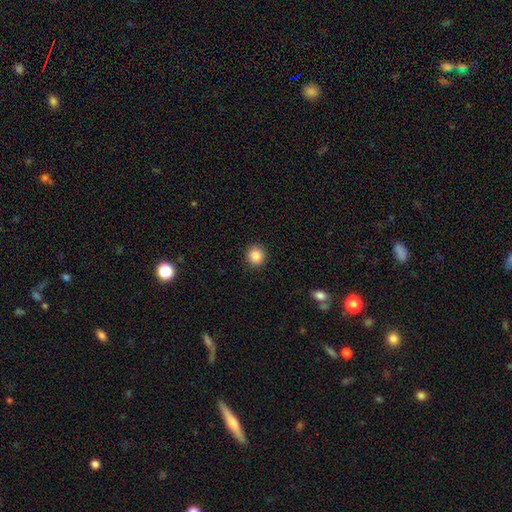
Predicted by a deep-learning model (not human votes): Q: Smooth or featured?
A: smooth (87%); runner-up: star or artifact (9%)
Q: How rounded?
A: round (91%); runner-up: in between (8%)
Q: Merging?
A: none (92%); runner-up: minor disturbance (5%)